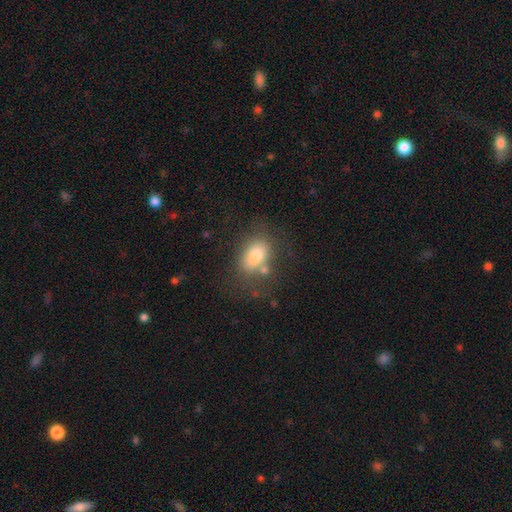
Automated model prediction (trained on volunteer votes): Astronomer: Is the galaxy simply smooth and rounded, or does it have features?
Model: smooth — 76%.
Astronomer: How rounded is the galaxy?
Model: in between — 82%.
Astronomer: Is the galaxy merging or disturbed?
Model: none — 60%.